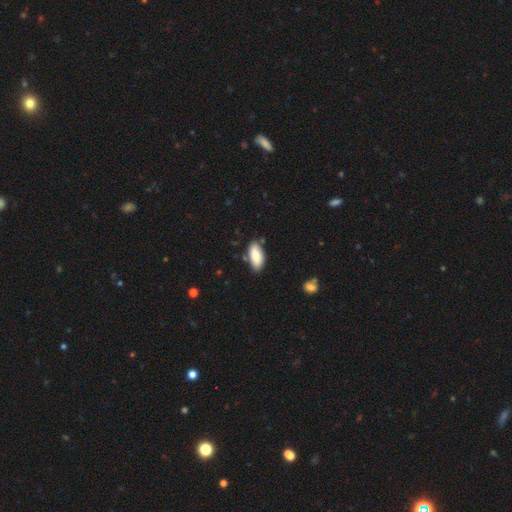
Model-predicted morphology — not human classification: A smooth galaxy with no disk features (80%) that is in between round and cigar-shaped (89%). Merging: none (78%).